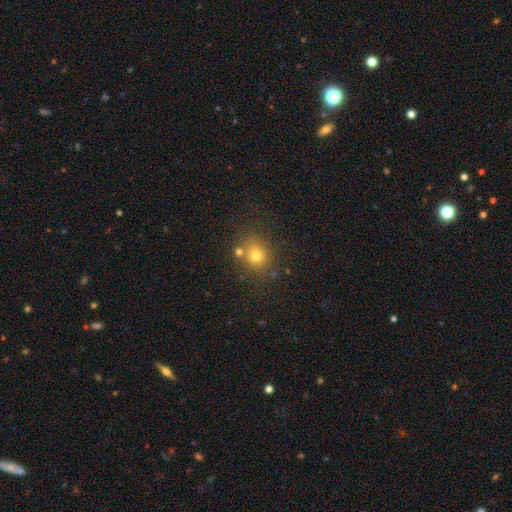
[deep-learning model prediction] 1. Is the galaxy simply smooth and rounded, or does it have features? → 73% smooth, 17% star or artifact, 10% featured or disk.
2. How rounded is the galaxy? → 74% round, 25% in between, 1% cigar-shaped.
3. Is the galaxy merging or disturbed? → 73% none, 12% merger, 11% minor disturbance, 4% major disturbance.